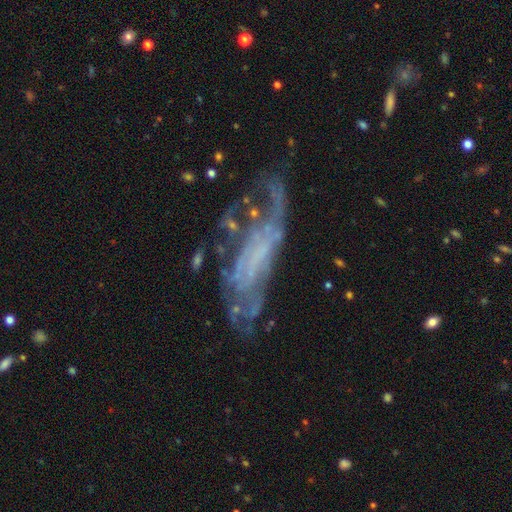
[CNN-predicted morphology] featured or disk 71%, smooth 16%, star or artifact 12%. Down the decision tree: edge-on disk — no (86%); bar — no (67%); spiral arms — yes (61%); bulge size — none (73%); merging — none (42%).